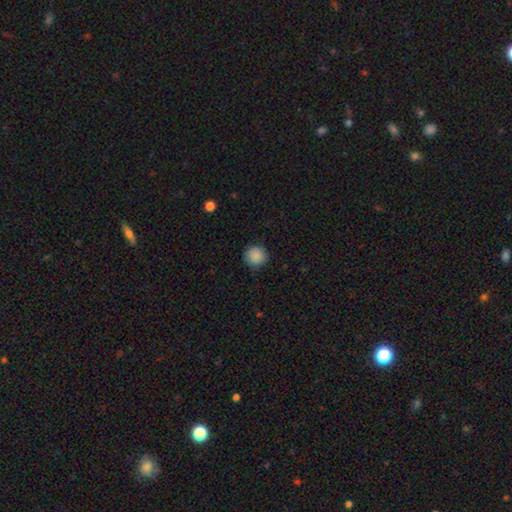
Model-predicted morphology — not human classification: type=smooth (88%); roundness=round (94%); merging=none (89%).